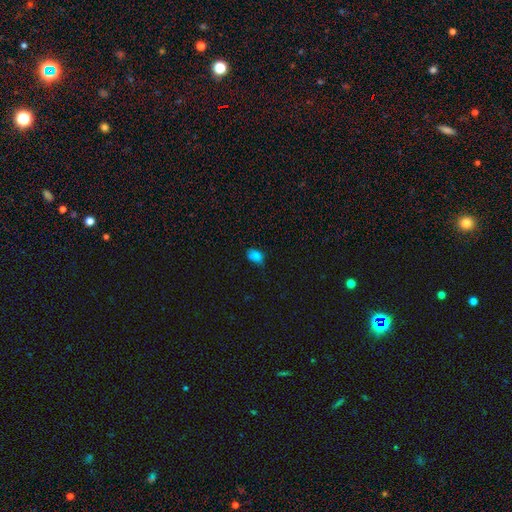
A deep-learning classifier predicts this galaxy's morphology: This appears to be a smooth galaxy with no disk features (83%) that is in between round and cigar-shaped (78%). Merging: none (65%).